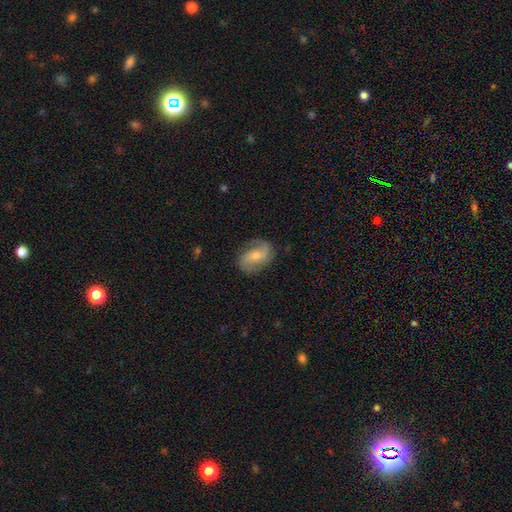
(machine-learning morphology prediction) Smooth or featured? featured or disk (77%)
Edge-on disk? no (97%)
Bar? weak (44%)
Spiral arms? yes (94%)
Spiral winding? medium (44%)
Spiral arm count? 2 (87%)
Bulge size? moderate (49%)
Merging? none (78%)